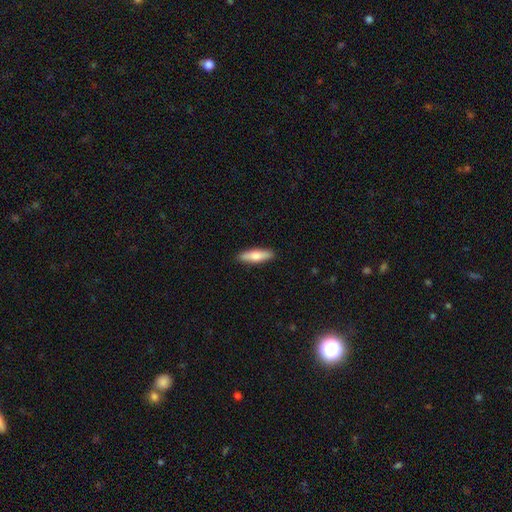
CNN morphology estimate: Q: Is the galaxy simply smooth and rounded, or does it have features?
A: smooth — 71%.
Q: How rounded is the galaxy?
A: cigar-shaped — 62%.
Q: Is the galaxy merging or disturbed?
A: none — 90%.